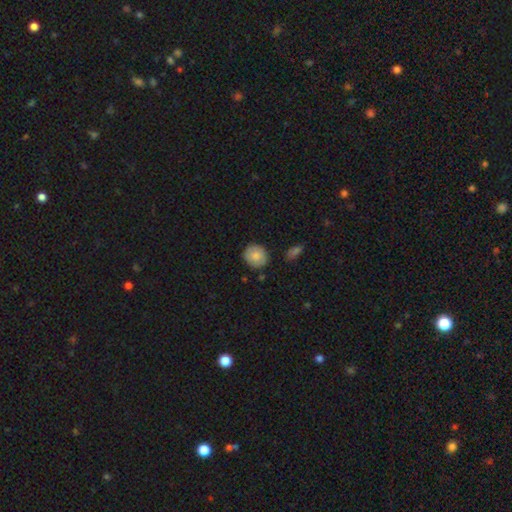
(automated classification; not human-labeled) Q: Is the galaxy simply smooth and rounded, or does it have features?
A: smooth — 82%.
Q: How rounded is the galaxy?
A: round — 82%.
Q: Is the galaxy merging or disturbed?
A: none — 84%.